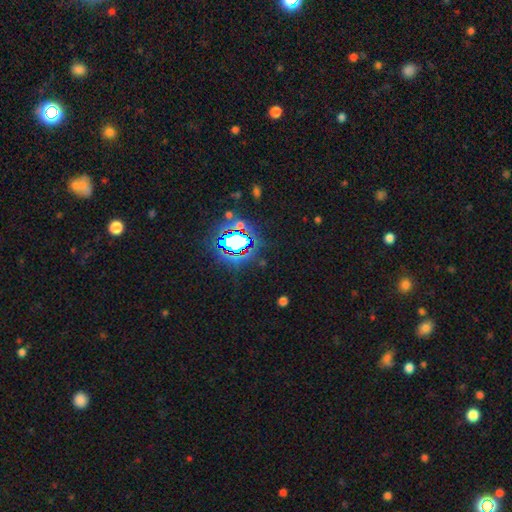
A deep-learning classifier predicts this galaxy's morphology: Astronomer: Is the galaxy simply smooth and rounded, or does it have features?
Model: star or artifact — 82%.